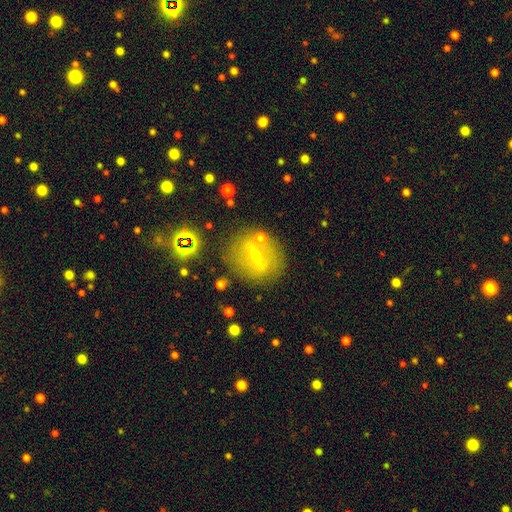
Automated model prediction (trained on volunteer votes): smooth-or-featured: featured or disk: 59% | smooth: 28% | star or artifact: 13%
  disk-edge-on: no: 75% | yes: 25%
  merging: none: 77% | minor disturbance: 12% | merger: 6% | major disturbance: 5%